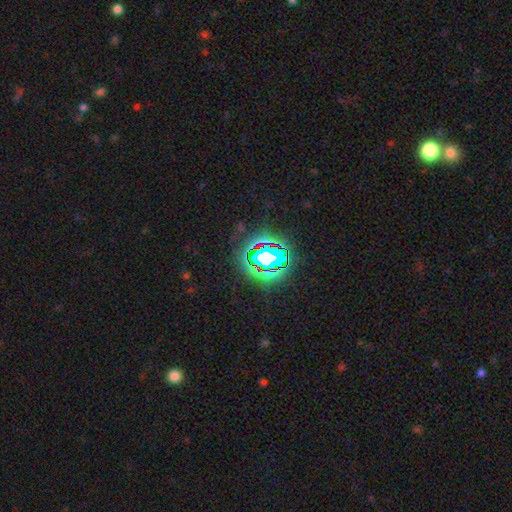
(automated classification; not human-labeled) Smooth or featured? star or artifact (70%)